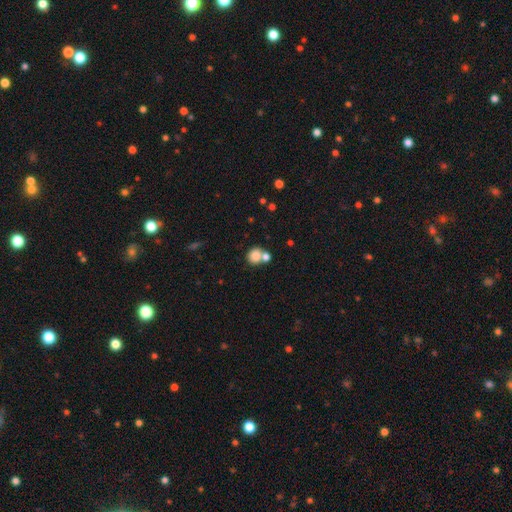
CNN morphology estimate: smooth 80%, star or artifact 10%, featured or disk 10%. Down the decision tree: how rounded — round (80%); merging — none (46%).